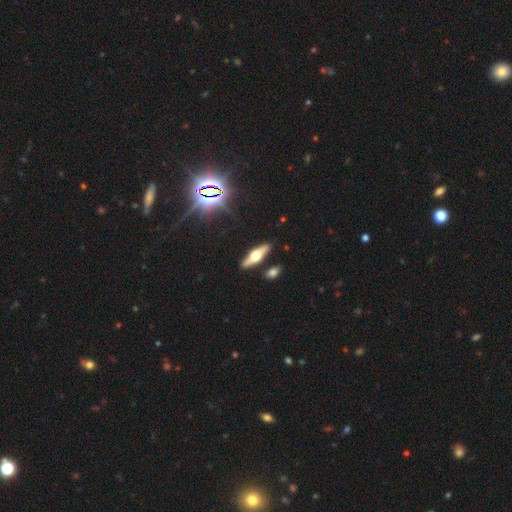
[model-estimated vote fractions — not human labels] featured or disk 56%, smooth 36%, star or artifact 8%. Down the decision tree: edge-on disk — yes (90%); edge-on bulge — rounded (94%); merging — none (84%).